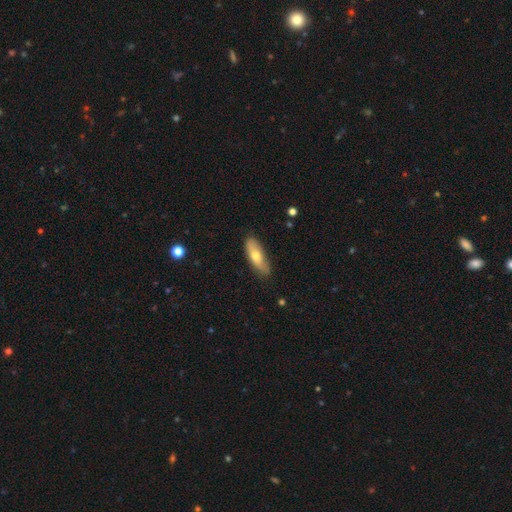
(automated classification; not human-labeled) A smooth galaxy with no disk features (61%) that is in between round and cigar-shaped (55%). Merging: none (83%).